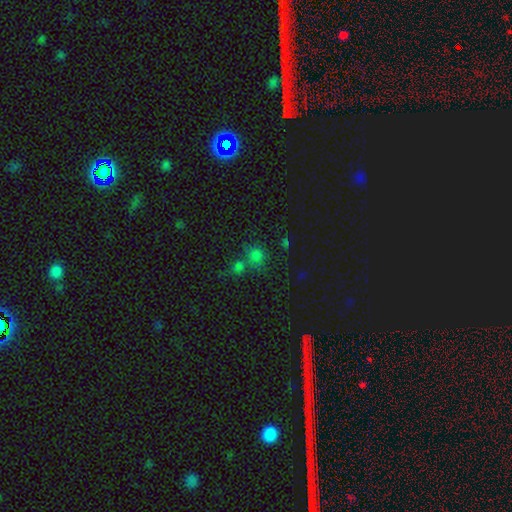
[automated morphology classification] Overall: smooth (67%). How rounded: round (78%). Merging: none (52%; merger 32%).